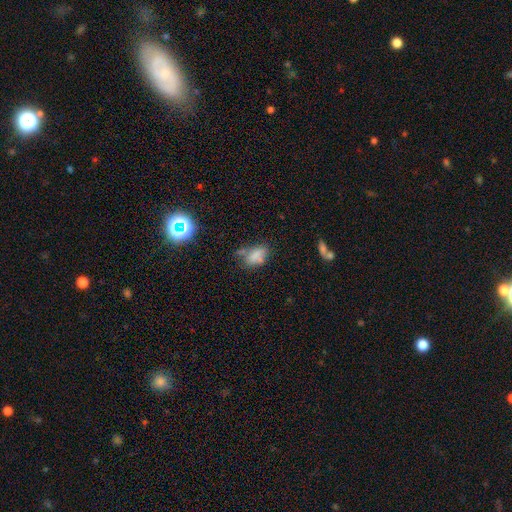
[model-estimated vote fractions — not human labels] Smooth or featured?
  - smooth: 70% *
  - featured or disk: 15%
  - star or artifact: 15%
How rounded?
  - in between: 87% *
  - round: 10%
  - cigar-shaped: 3%
Merging?
  - none: 42% *
  - minor disturbance: 29%
  - major disturbance: 15%
  - merger: 14%